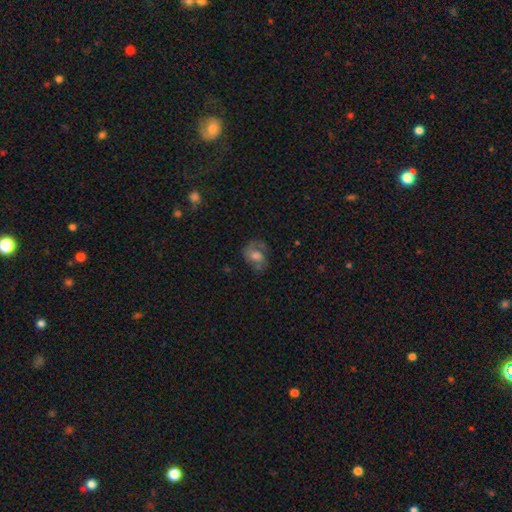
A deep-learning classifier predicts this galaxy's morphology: Smooth or featured?
  - featured or disk: 49% *
  - smooth: 39%
  - star or artifact: 12%
Merging?
  - none: 55% *
  - minor disturbance: 23%
  - major disturbance: 20%
  - merger: 2%